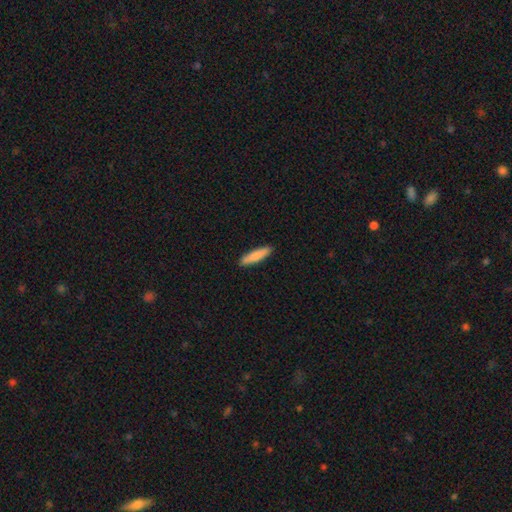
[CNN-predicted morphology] Overall: smooth (81%). How rounded: cigar-shaped (79%). Merging: none (91%).